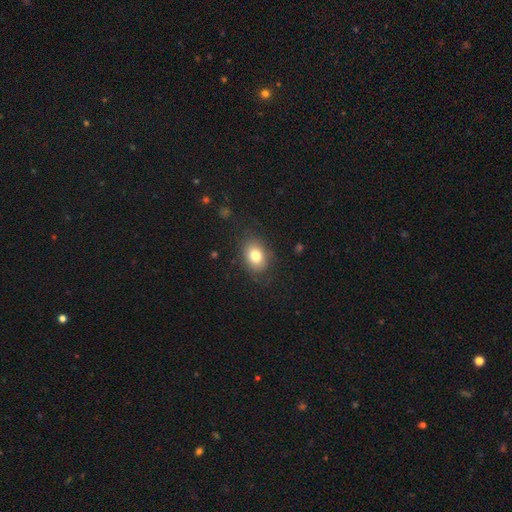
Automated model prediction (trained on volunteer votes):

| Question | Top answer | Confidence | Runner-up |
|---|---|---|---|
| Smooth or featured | smooth | 78% | featured or disk (12%) |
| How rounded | in between | 66% | round (33%) |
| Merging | none | 80% | minor disturbance (14%) |